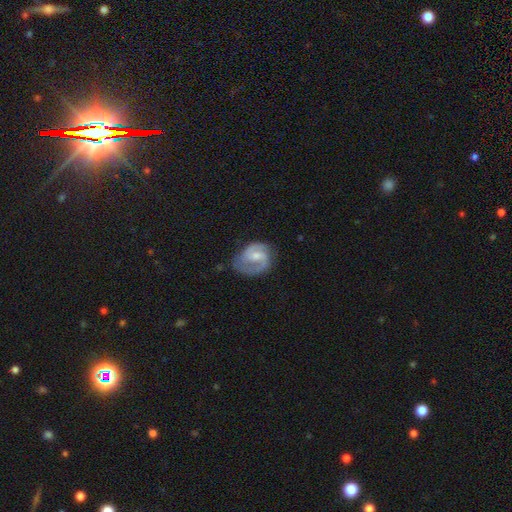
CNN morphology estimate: Q: Smooth or featured?
A: featured or disk (81%); runner-up: smooth (14%)
Q: Edge-on disk?
A: no (98%); runner-up: yes (2%)
Q: Bar?
A: weak (55%); runner-up: no (31%)
Q: Spiral arms?
A: yes (95%); runner-up: no (5%)
Q: Spiral winding?
A: medium (52%); runner-up: tight (30%)
Q: Spiral arm count?
A: 2 (81%); runner-up: 1 (10%)
Q: Bulge size?
A: moderate (46%); runner-up: small (40%)
Q: Merging?
A: none (61%); runner-up: minor disturbance (25%)